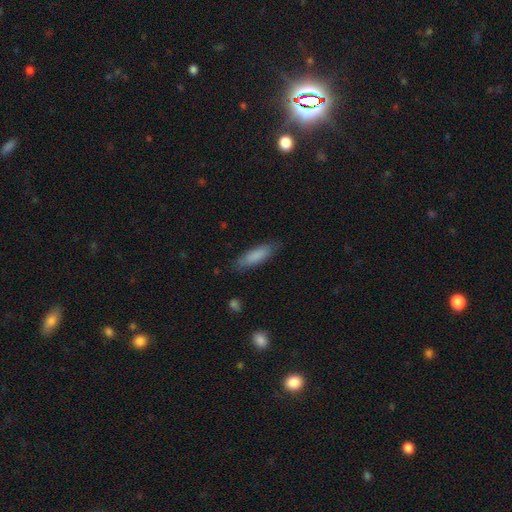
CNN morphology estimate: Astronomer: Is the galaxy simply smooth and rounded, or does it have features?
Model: smooth — 84%.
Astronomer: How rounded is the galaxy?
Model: cigar-shaped — 56% (runner-up: in between, 42%).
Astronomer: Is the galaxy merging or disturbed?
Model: none — 82%.